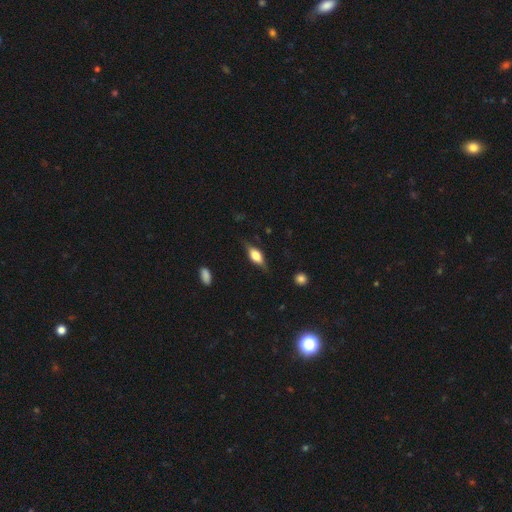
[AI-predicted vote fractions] smooth_or_featured: featured or disk (p=0.46) [tied with: smooth p=0.46]
merging: none (p=0.74) [alt: minor disturbance p=0.18]